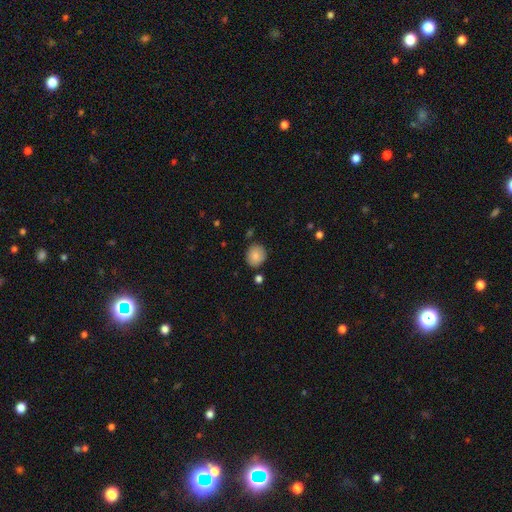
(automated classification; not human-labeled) smooth 85%, star or artifact 8%, featured or disk 7%. Down the decision tree: how rounded — round (79%); merging — none (83%).